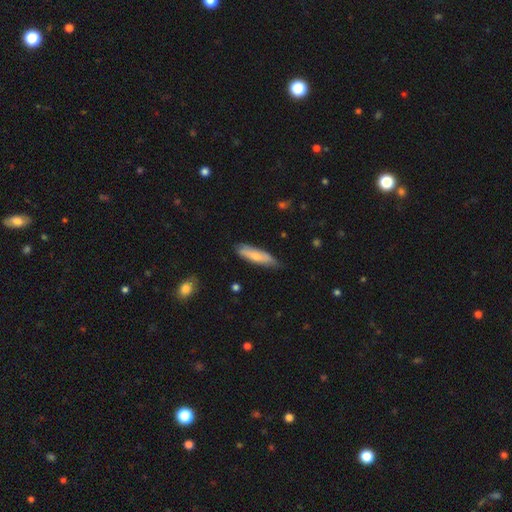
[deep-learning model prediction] smooth 70%, featured or disk 24%, star or artifact 5%. Down the decision tree: how rounded — cigar-shaped (62%); merging — none (75%).